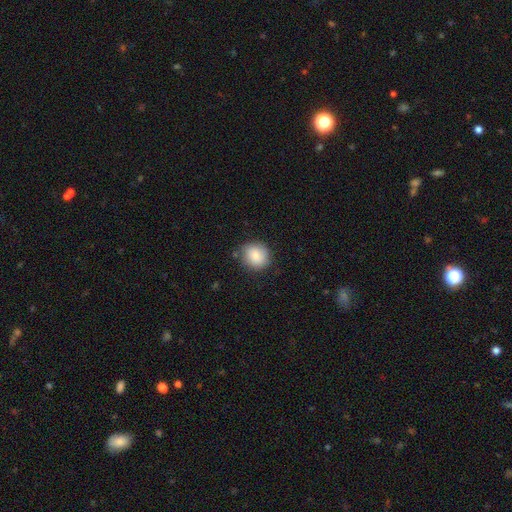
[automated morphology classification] A smooth galaxy with no disk features (84%) that is round (84%).

Vote fractions:
- Smooth or featured? smooth: 84% / featured or disk: 8% / star or artifact: 8%
- How rounded? round: 84% / in between: 15% / cigar-shaped: 1%
- Merging? none: 80% / minor disturbance: 15% / major disturbance: 3% / merger: 2%